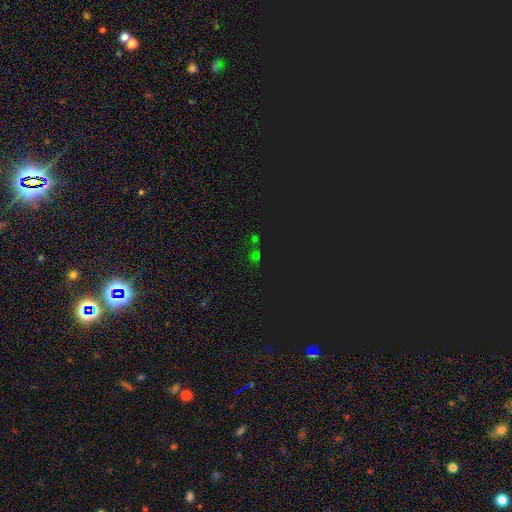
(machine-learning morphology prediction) The model was most divided on "smooth or featured": star or artifact: 62%, smooth: 31%, featured or disk: 7%.